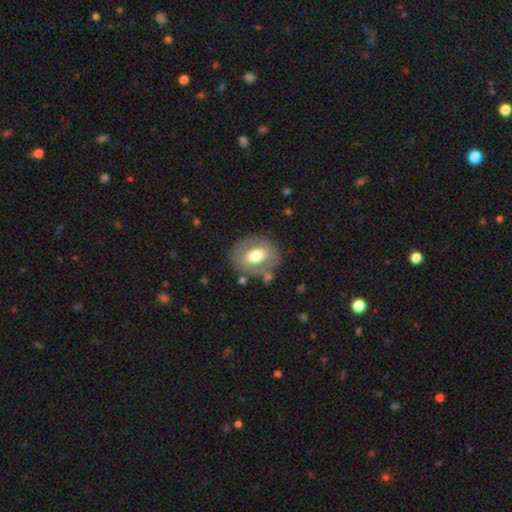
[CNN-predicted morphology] Overall: smooth (55%; featured or disk 37%). How rounded: in between (51%; round 48%). Merging: none (74%).